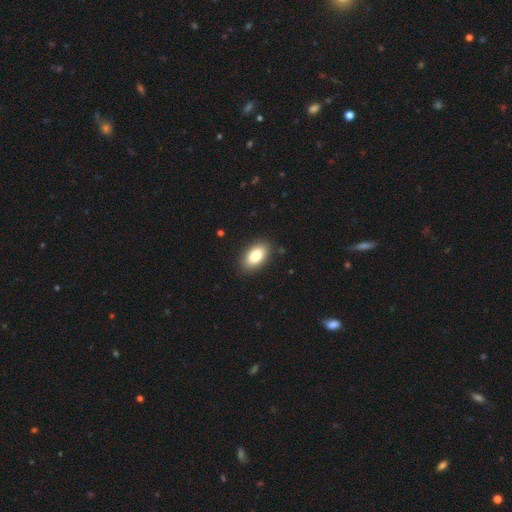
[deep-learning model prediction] smooth 82%, featured or disk 10%, star or artifact 7%. Down the decision tree: how rounded — in between (93%); merging — none (87%).